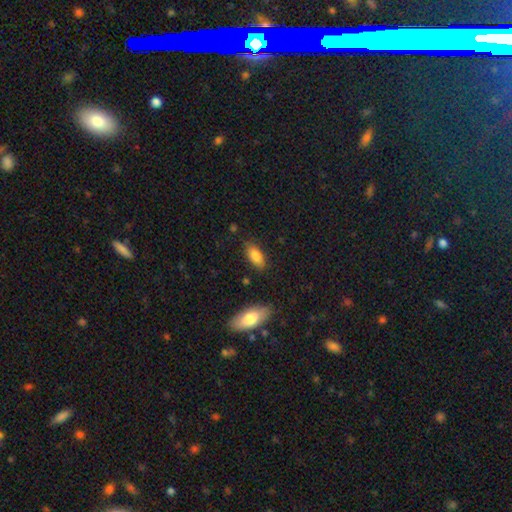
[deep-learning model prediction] smooth 83%, featured or disk 10%, star or artifact 7%. Down the decision tree: how rounded — in between (88%); merging — none (81%).